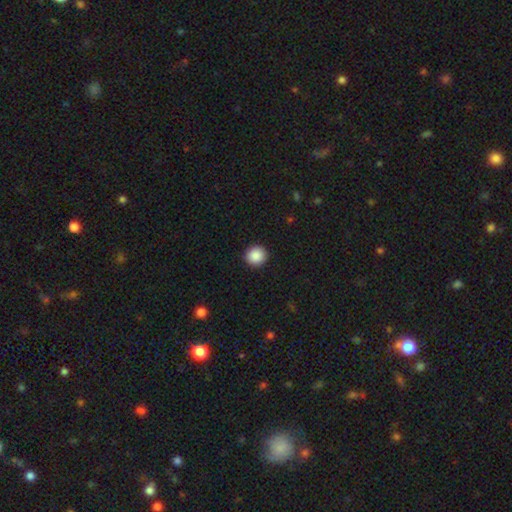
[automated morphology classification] Smooth or featured?
  - smooth: 89% *
  - star or artifact: 8%
  - featured or disk: 3%
How rounded?
  - round: 94% *
  - in between: 5%
  - cigar-shaped: 1%
Merging?
  - none: 93% *
  - minor disturbance: 5%
  - major disturbance: 2%
  - merger: 1%